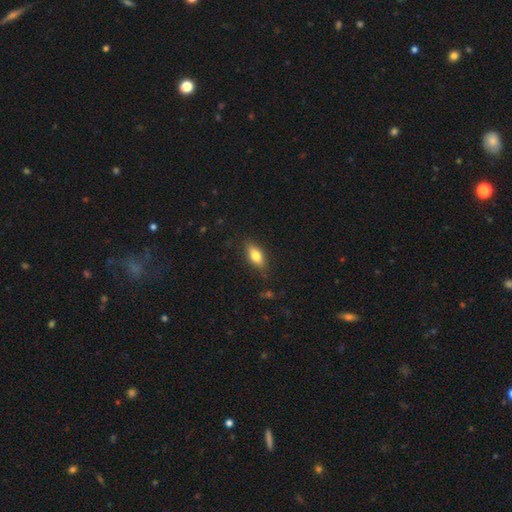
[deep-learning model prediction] This appears to be a smooth galaxy with no disk features (73%) that is in between round and cigar-shaped (78%). Merging: none (84%).